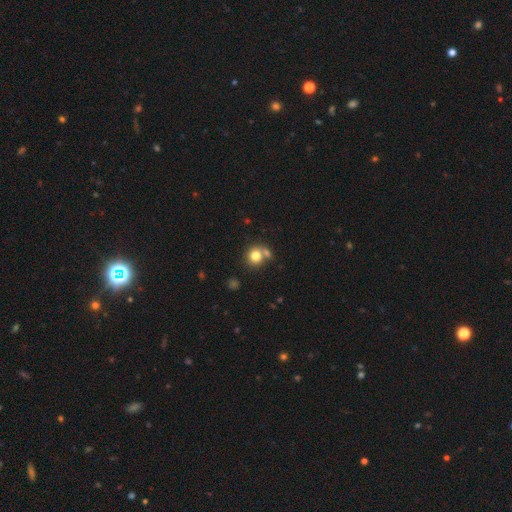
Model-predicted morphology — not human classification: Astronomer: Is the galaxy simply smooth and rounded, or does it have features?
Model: smooth — 78%.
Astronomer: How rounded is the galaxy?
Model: round — 84%.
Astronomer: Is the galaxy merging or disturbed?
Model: none — 57%.